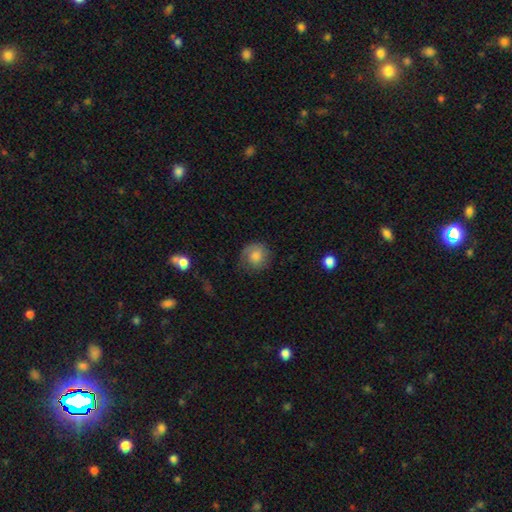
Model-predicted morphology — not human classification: smooth 68%, featured or disk 23%, star or artifact 8%. Down the decision tree: how rounded — round (86%); merging — none (68%).